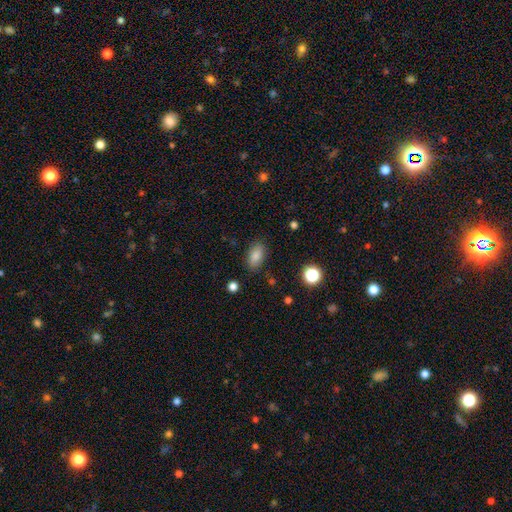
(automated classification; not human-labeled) A smooth galaxy with no disk features (84%) that is in between round and cigar-shaped (90%). Merging: none (85%).